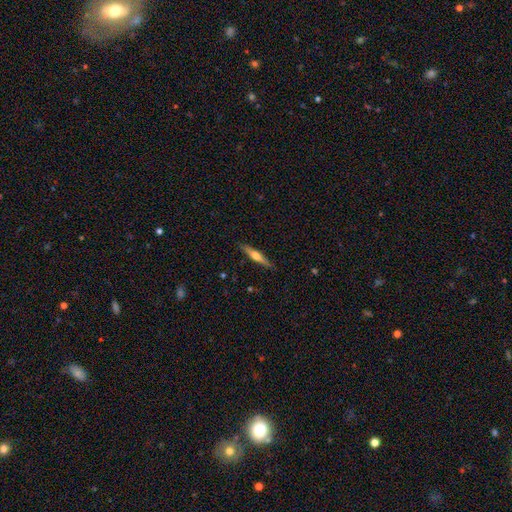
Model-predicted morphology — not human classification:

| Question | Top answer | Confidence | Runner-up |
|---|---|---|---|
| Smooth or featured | featured or disk | 61% | smooth (33%) |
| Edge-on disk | yes | 97% | no (3%) |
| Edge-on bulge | rounded | 89% | boxy (6%) |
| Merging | none | 89% | minor disturbance (8%) |